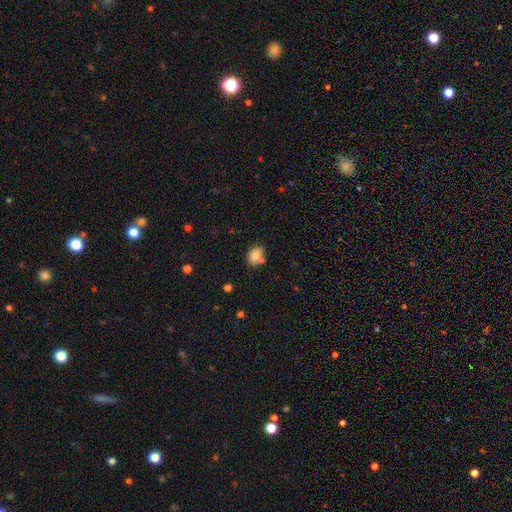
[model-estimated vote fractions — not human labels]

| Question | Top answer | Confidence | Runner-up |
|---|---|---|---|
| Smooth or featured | smooth | 81% | star or artifact (10%) |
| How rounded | in between | 59% | round (40%) |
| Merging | none | 65% | minor disturbance (18%) |